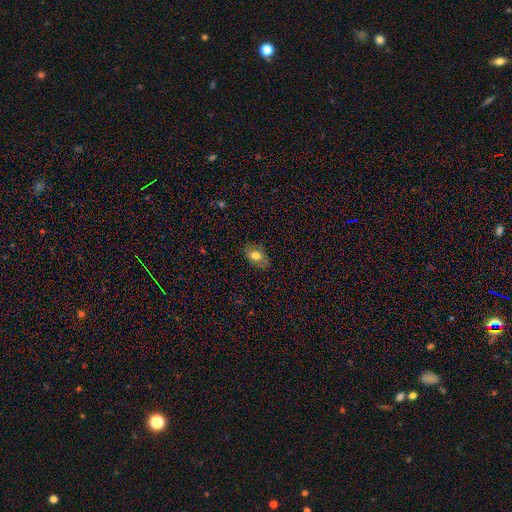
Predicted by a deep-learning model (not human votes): Smooth or featured?
  - smooth: 76% *
  - featured or disk: 15%
  - star or artifact: 9%
How rounded?
  - in between: 85% *
  - round: 13%
  - cigar-shaped: 2%
Merging?
  - none: 80% *
  - minor disturbance: 16%
  - major disturbance: 3%
  - merger: 1%